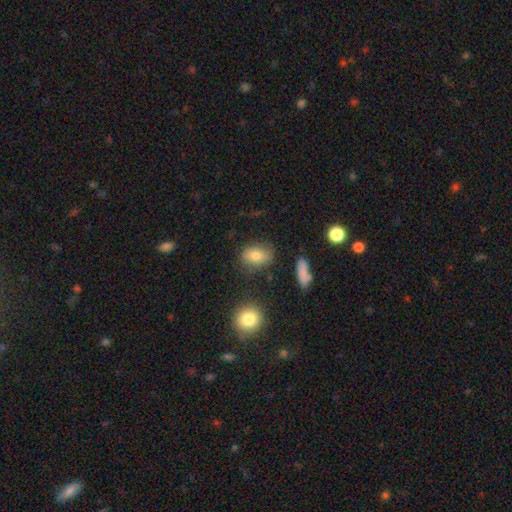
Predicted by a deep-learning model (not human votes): A smooth galaxy with no disk features (76%) that is in between round and cigar-shaped (69%).

Vote fractions:
- Smooth or featured? smooth: 76% / featured or disk: 14% / star or artifact: 11%
- How rounded? in between: 69% / round: 29% / cigar-shaped: 2%
- Merging? none: 76% / minor disturbance: 16% / major disturbance: 5% / merger: 3%